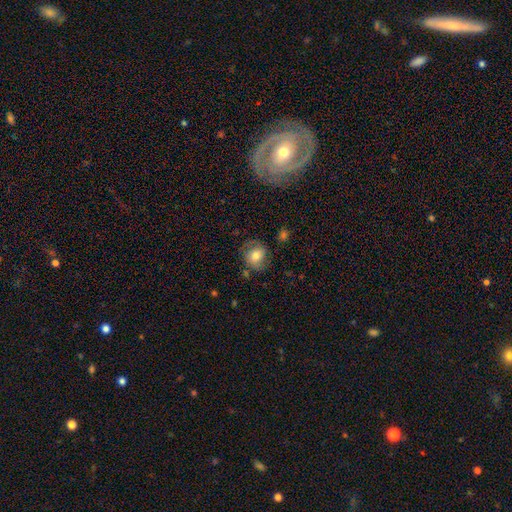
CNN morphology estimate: Smooth or featured?
  - smooth: 65% *
  - featured or disk: 26%
  - star or artifact: 9%
How rounded?
  - round: 70% *
  - in between: 28%
  - cigar-shaped: 1%
Merging?
  - none: 65% *
  - minor disturbance: 22%
  - major disturbance: 10%
  - merger: 3%